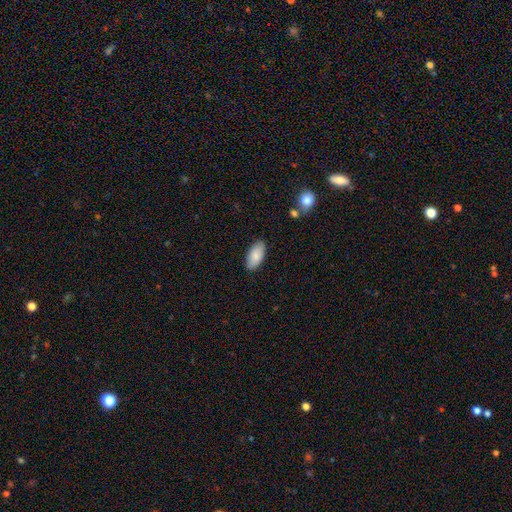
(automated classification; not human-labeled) A smooth galaxy with no disk features (85%) that is in between round and cigar-shaped (93%). Merging: none (86%).